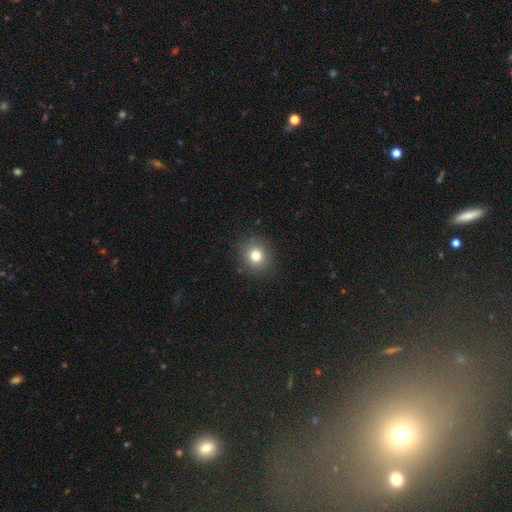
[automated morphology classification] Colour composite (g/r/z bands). It shows a smooth galaxy with no disk features (80%) that is round (81%). Merging: none (88%).